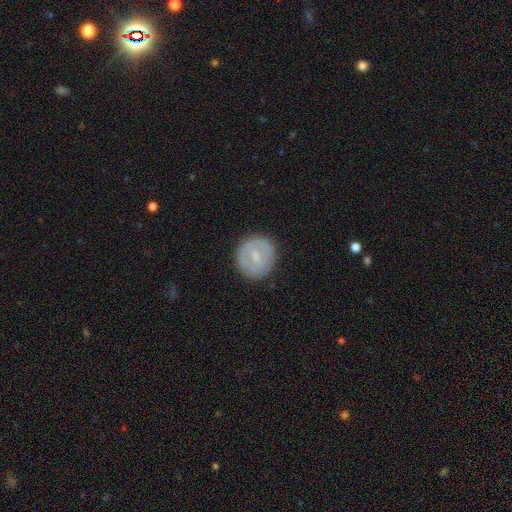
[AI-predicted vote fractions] This is possibly a smooth galaxy (50%). Merging: clearly none (84%).